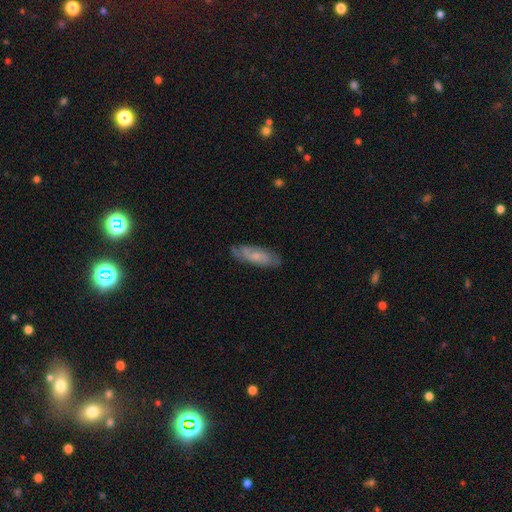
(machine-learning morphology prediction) smooth 49%, featured or disk 44%, star or artifact 7%. Down the decision tree: merging — none (75%).